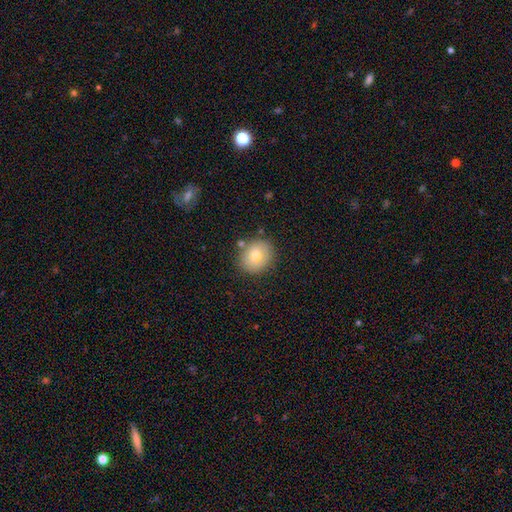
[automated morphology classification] A smooth galaxy with no disk features (74%) that is round (67%).

Vote fractions:
- Smooth or featured? smooth: 74% / featured or disk: 16% / star or artifact: 10%
- How rounded? round: 67% / in between: 33% / cigar-shaped: 1%
- Merging? none: 81% / minor disturbance: 11% / merger: 5% / major disturbance: 3%